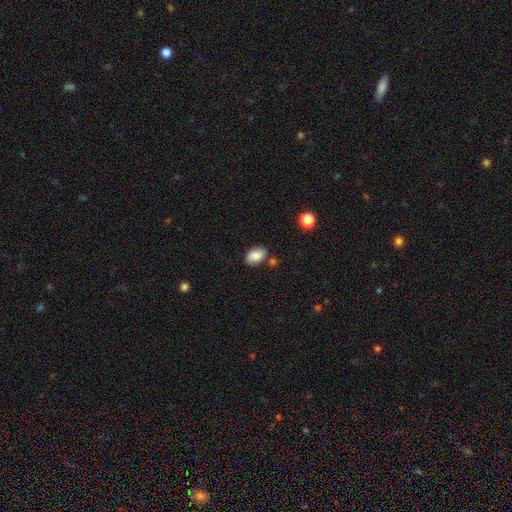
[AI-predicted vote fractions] Smooth or featured? smooth (83%)
How rounded? in between (88%)
Merging? none (75%)